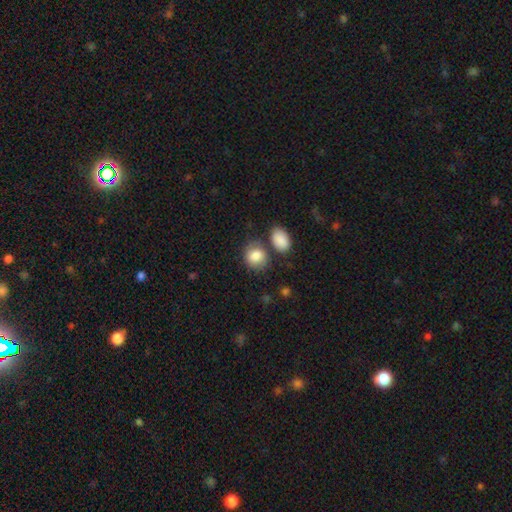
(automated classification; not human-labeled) A smooth galaxy with no disk features (85%) that is round (54%).

Vote fractions:
- Smooth or featured? smooth: 85% / star or artifact: 7% / featured or disk: 7%
- How rounded? round: 54% / in between: 45% / cigar-shaped: 1%
- Merging? none: 59% / minor disturbance: 18% / merger: 17% / major disturbance: 6%